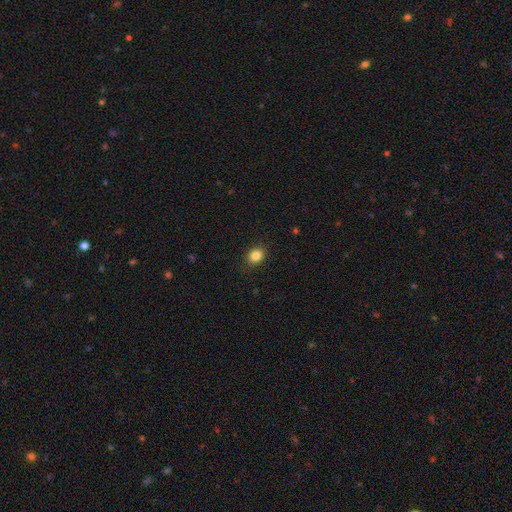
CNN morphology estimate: type=smooth (84%); roundness=in between (51%); merging=none (89%).